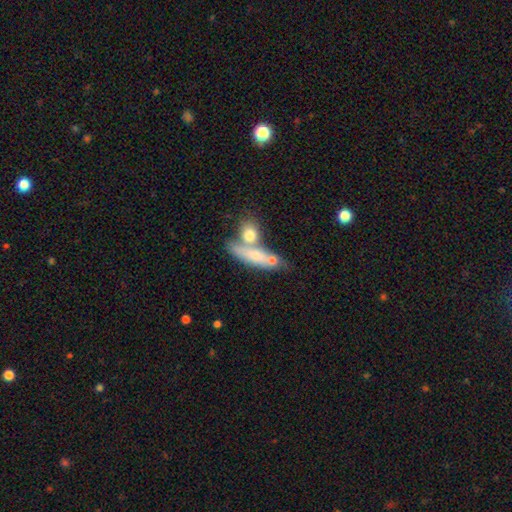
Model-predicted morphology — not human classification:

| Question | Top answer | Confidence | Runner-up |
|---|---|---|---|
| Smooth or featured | smooth | 66% | featured or disk (26%) |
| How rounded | cigar-shaped | 52% | in between (37%) |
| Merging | none | 41% | merger (39%) |